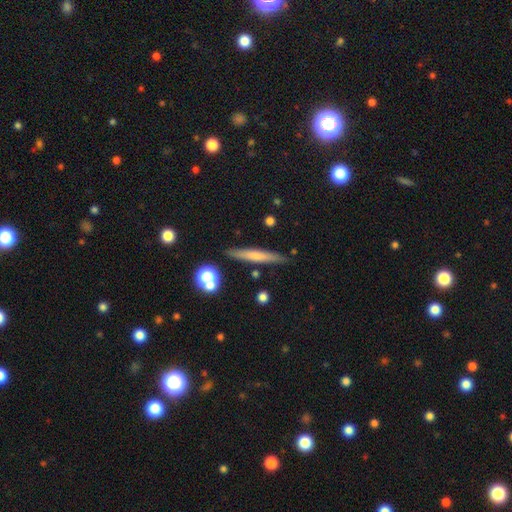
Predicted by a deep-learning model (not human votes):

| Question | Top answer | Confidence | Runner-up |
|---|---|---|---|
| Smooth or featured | smooth | 58% | featured or disk (35%) |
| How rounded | cigar-shaped | 93% | in between (5%) |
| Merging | none | 86% | minor disturbance (9%) |